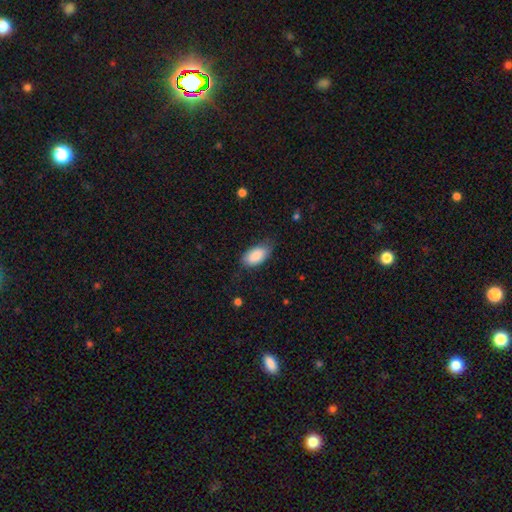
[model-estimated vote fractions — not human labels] Smooth or featured? smooth (87%)
How rounded? in between (94%)
Merging? none (64%)